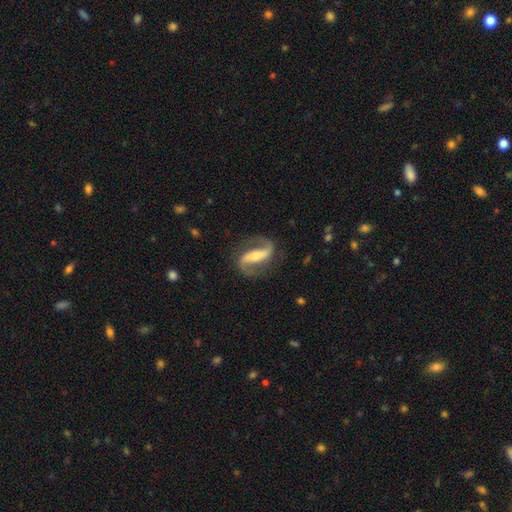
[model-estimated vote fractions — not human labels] smooth_or_featured: featured or disk (p=0.89) [alt: smooth p=0.06]
disk_edge_on: no (p=0.95) [alt: yes p=0.05]
bar: strong (p=0.63) [alt: weak p=0.22]
has_spiral_arms: yes (p=0.96) [alt: no p=0.04]
spiral_winding: medium (p=0.44) [alt: loose p=0.43]
spiral_arm_count: 2 (p=0.93) [alt: 1 p=0.03]
bulge_size: moderate (p=0.45) [alt: small p=0.44]
merging: none (p=0.82) [alt: minor disturbance p=0.11]